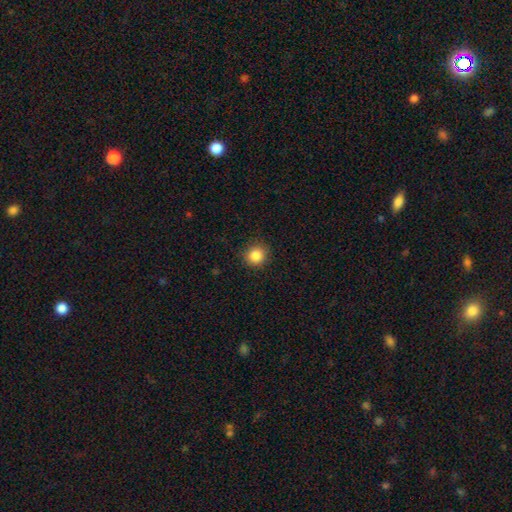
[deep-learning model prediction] Smooth or featured? smooth (86%)
How rounded? round (91%)
Merging? none (89%)